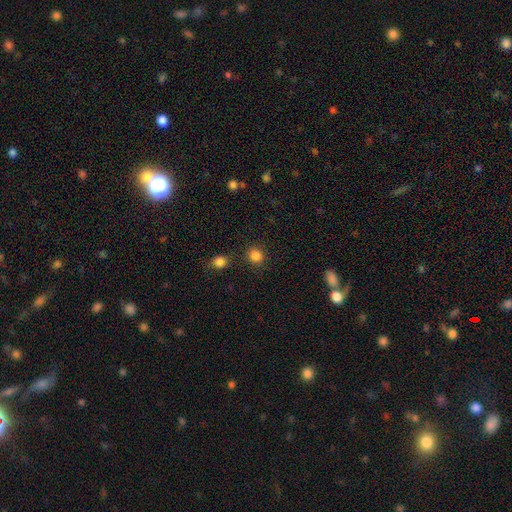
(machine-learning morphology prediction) This is clearly a smooth galaxy (84%). How rounded: clearly round (88%). Merging: clearly none (83%).